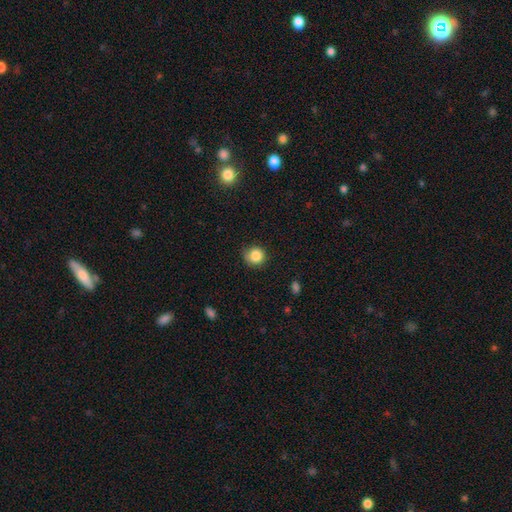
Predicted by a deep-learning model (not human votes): smooth-or-featured: smooth: 85% | star or artifact: 10% | featured or disk: 4%
  how-rounded: round: 91% | in between: 8% | cigar-shaped: 1%
  merging: none: 79% | minor disturbance: 16% | major disturbance: 3% | merger: 1%